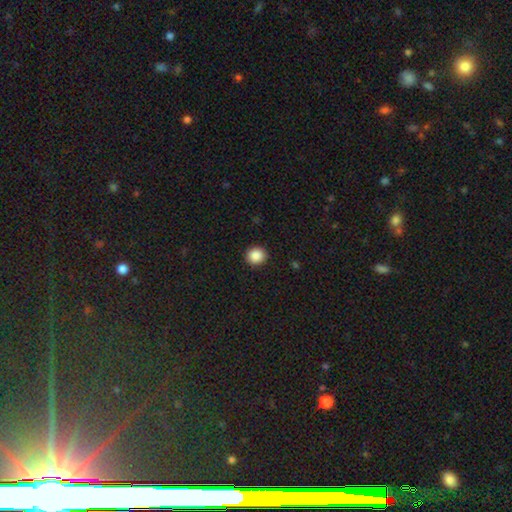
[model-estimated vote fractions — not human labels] Overall: smooth (88%). How rounded: round (87%). Merging: none (92%).